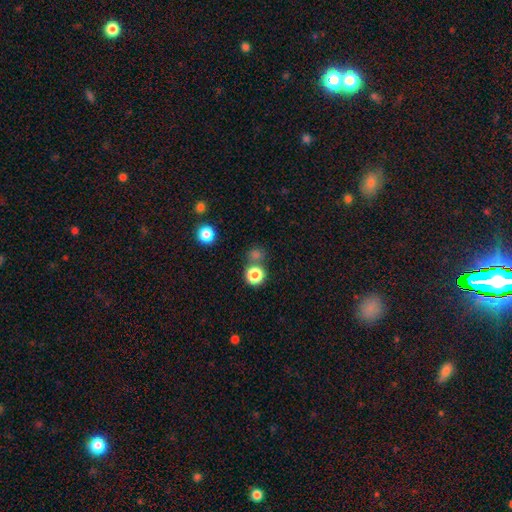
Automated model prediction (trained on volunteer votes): Q: Smooth or featured?
A: smooth (64%); runner-up: star or artifact (29%)
Q: How rounded?
A: round (86%); runner-up: in between (13%)
Q: Merging?
A: none (67%); runner-up: merger (21%)